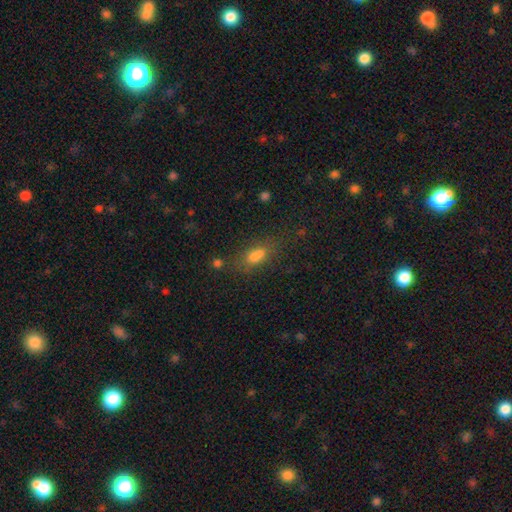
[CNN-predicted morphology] Smooth or featured? smooth (72%)
How rounded? in between (75%)
Merging? none (57%)